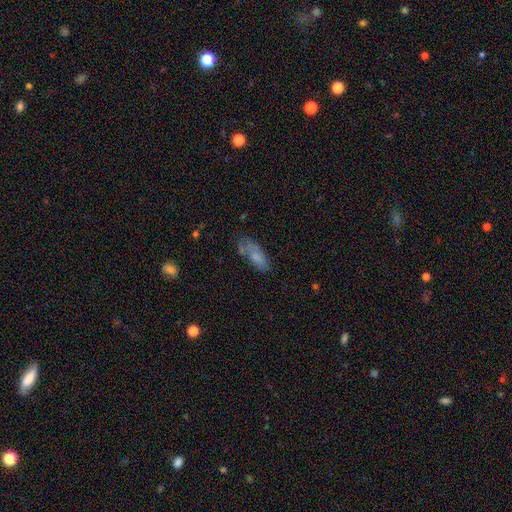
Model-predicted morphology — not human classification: A smooth galaxy with no disk features (65%) that is in between round and cigar-shaped (74%). Merging: none (50%).